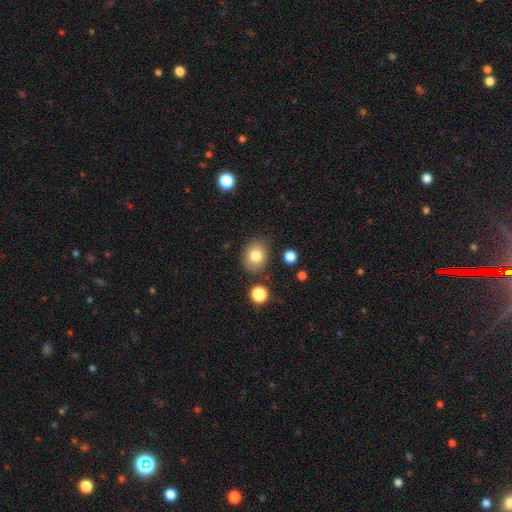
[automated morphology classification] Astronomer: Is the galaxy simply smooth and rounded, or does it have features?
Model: smooth — 80%.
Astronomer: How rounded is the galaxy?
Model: round — 51% (runner-up: in between, 48%).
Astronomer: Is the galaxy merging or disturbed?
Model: none — 80%.